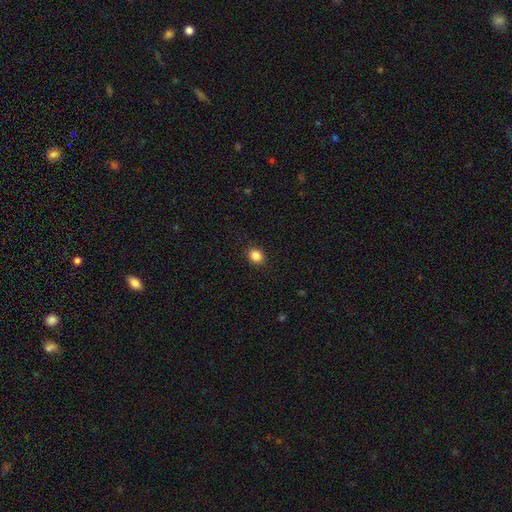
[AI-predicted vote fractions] Overall: smooth (87%). How rounded: round (59%; in between 40%). Merging: none (90%).